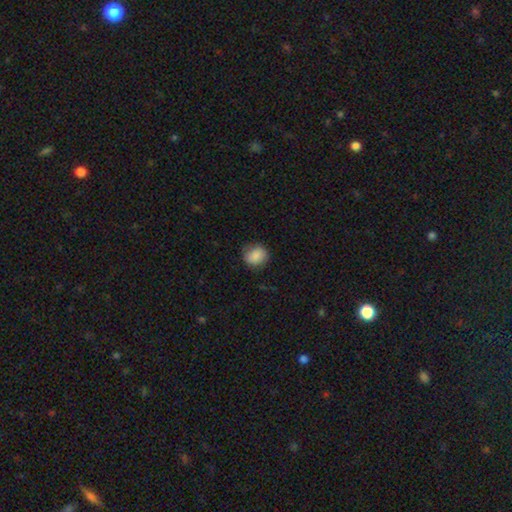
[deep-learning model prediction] Smooth or featured: smooth — 86% (star or artifact — 8%)
How rounded: round — 74% (in between — 25%)
Merging: none — 78% (minor disturbance — 17%)